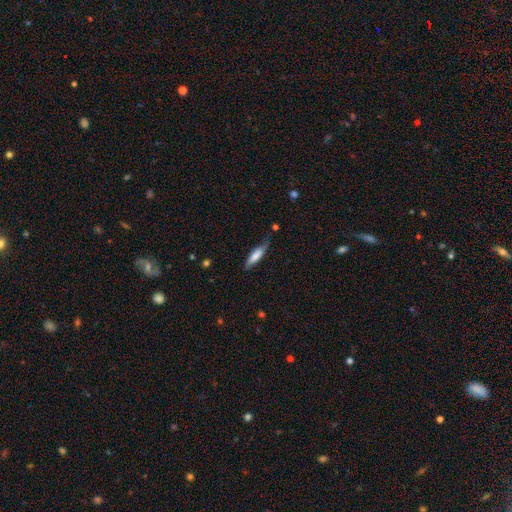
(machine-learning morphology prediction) This is likely a smooth galaxy (67%). How rounded: likely cigar-shaped (71%). Merging: possibly none (59%).